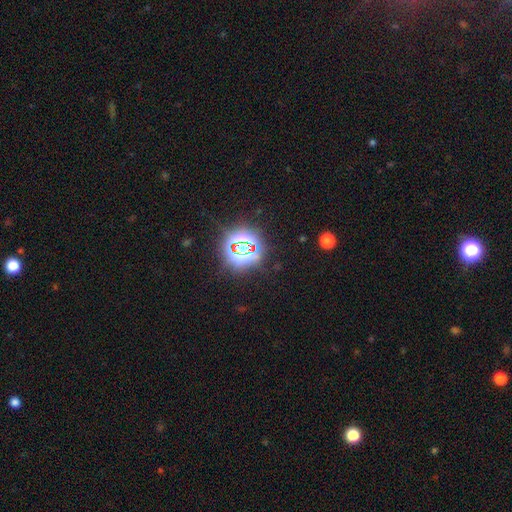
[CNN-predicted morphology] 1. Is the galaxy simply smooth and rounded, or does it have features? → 74% star or artifact, 20% smooth, 6% featured or disk.